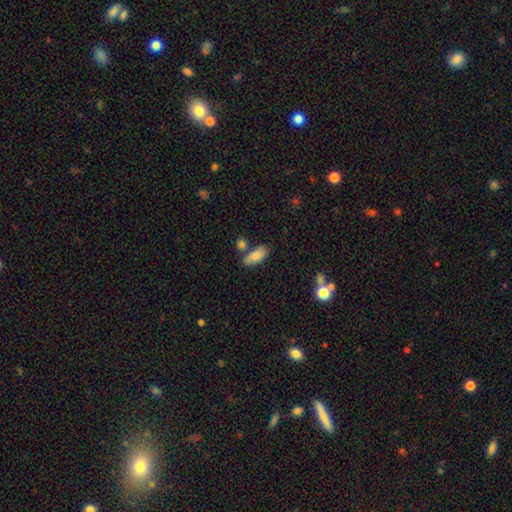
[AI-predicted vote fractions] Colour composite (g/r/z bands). It shows a smooth galaxy with no disk features (83%) that is in between round and cigar-shaped (83%). Merging: none (65%).